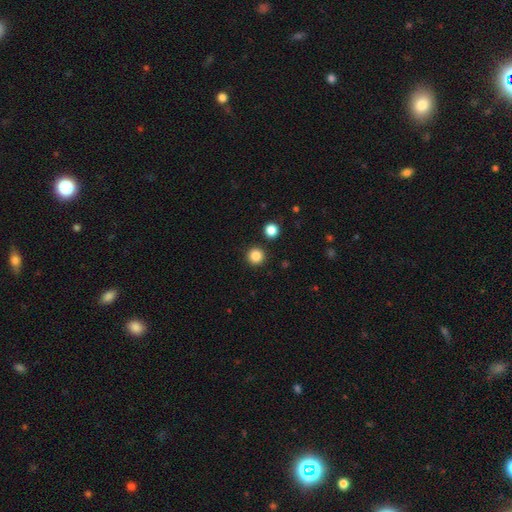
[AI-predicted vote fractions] The model was most divided on "smooth or featured": smooth: 85%, star or artifact: 11%, featured or disk: 4%. More confident: how rounded — round (96%); merging — none (91%).